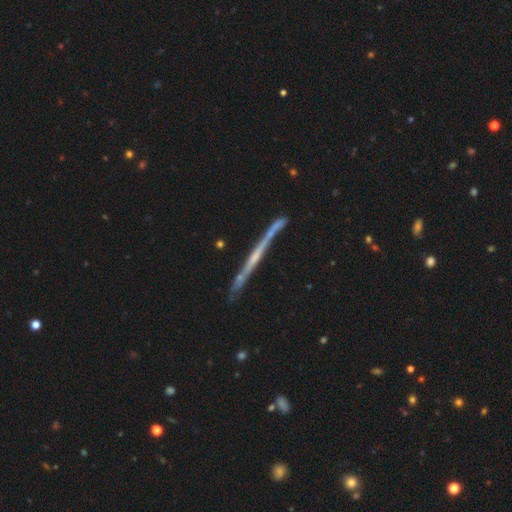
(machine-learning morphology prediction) Smooth or featured? featured or disk (73%)
Edge-on disk? yes (96%)
Edge-on bulge? none (68%)
Merging? none (77%)